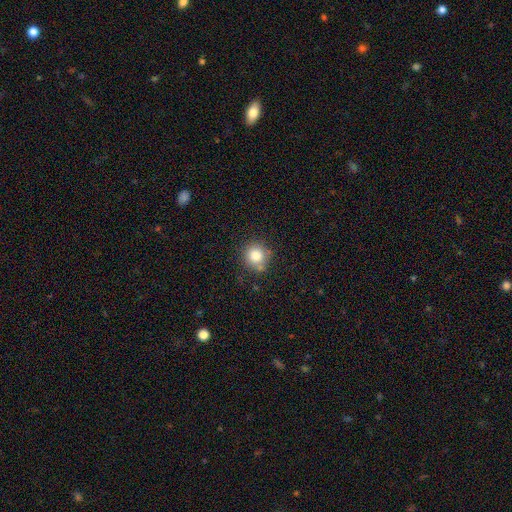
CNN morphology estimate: Smooth or featured? smooth (81%)
How rounded? round (91%)
Merging? none (76%)